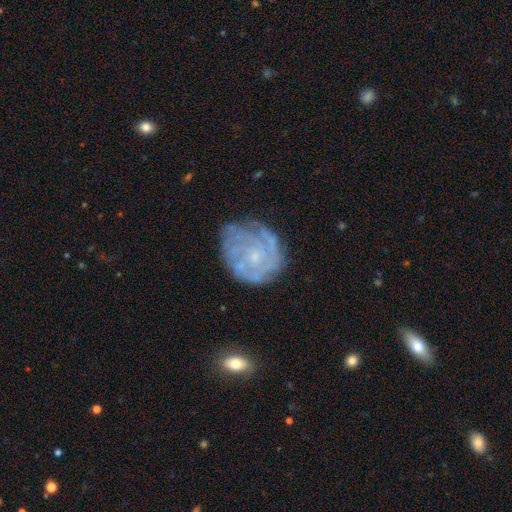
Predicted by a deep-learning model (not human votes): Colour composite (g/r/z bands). It shows a featured or disk galaxy (79%) with no bar (79%), tight (68%) spiral arms (89%) and a small central bulge (76%). Merging: none (69%).